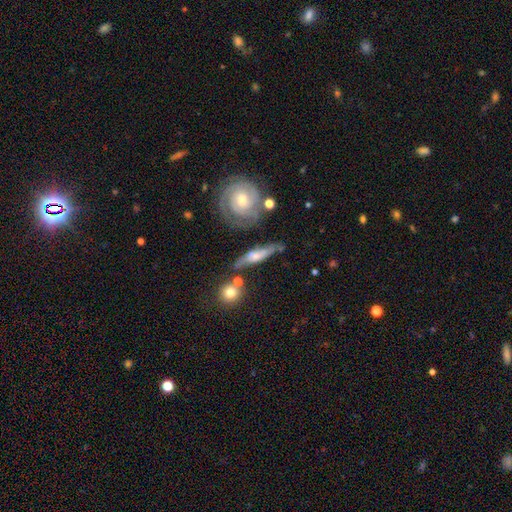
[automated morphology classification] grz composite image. It shows a featured or disk galaxy (60%). Merging: none (58%).